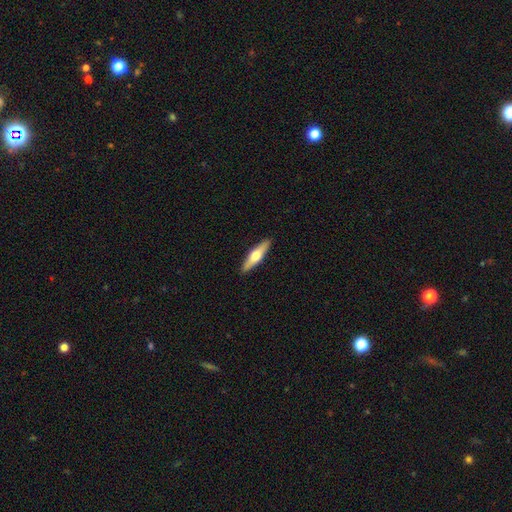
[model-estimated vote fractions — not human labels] Smooth or featured? smooth (50%)
How rounded? cigar-shaped (71%)
Merging? none (91%)